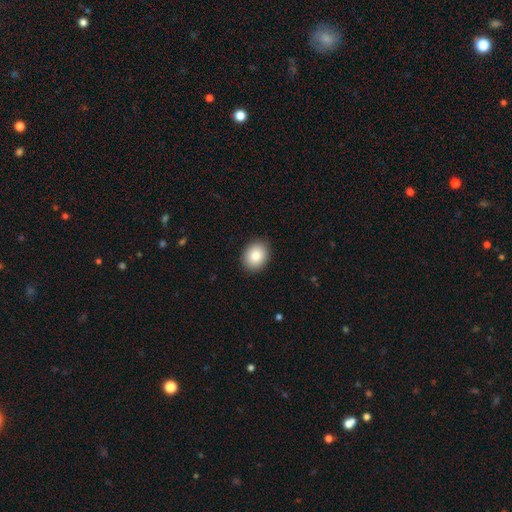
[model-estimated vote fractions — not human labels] The model was most divided on "how rounded": in between: 51%, round: 48%, cigar-shaped: 1%. More confident: merging — none (89%); smooth or featured — smooth (86%).